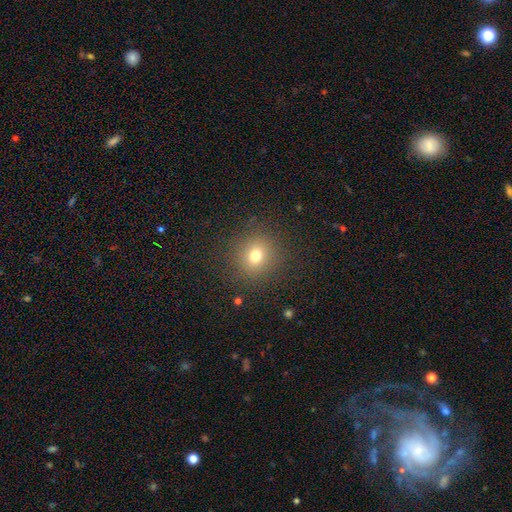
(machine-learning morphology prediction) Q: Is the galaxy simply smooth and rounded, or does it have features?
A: smooth — 73%.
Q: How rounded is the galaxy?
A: round — 87%.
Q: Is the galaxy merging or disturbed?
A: none — 88%.